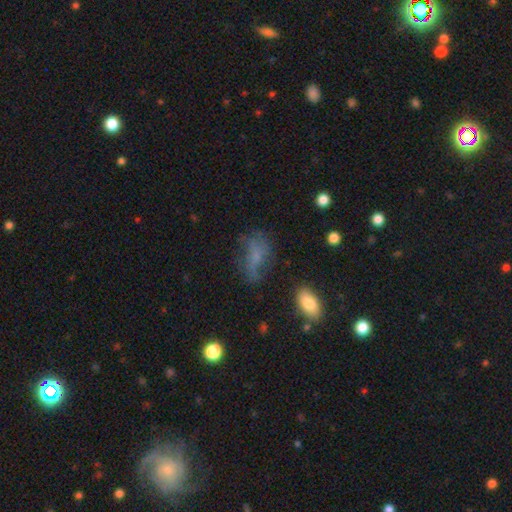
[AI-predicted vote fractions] A smooth galaxy with no disk features (51%) that is in between round and cigar-shaped (82%).

Vote fractions:
- Smooth or featured? smooth: 51% / featured or disk: 31% / star or artifact: 18%
- How rounded? in between: 82% / round: 11% / cigar-shaped: 7%
- Merging? none: 42% / major disturbance: 27% / minor disturbance: 27% / merger: 4%